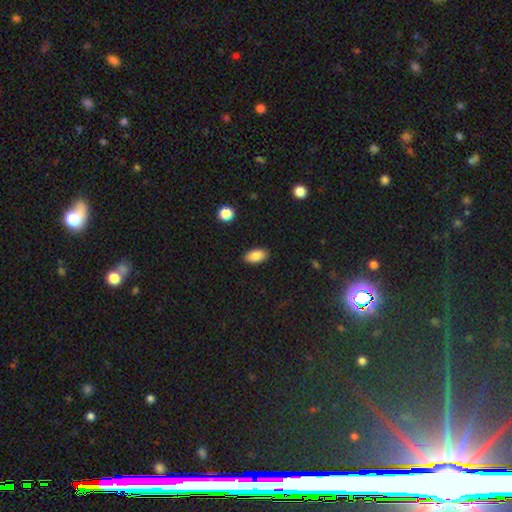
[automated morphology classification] Overall: smooth (86%). How rounded: in between (93%). Merging: none (89%).